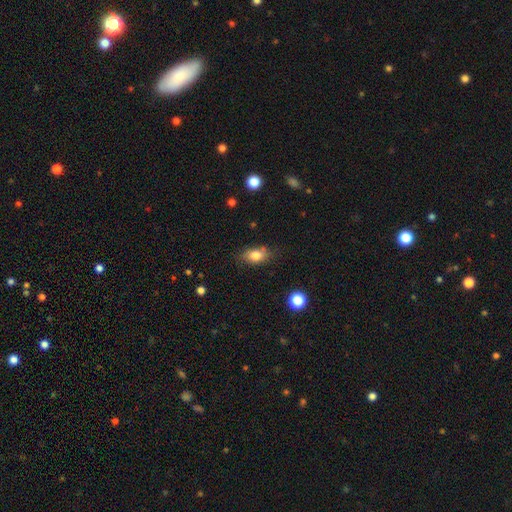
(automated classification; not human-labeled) Smooth or featured? Predicted: smooth (p=0.79). How rounded? Predicted: in between (p=0.84). Merging? Predicted: none (p=0.73).